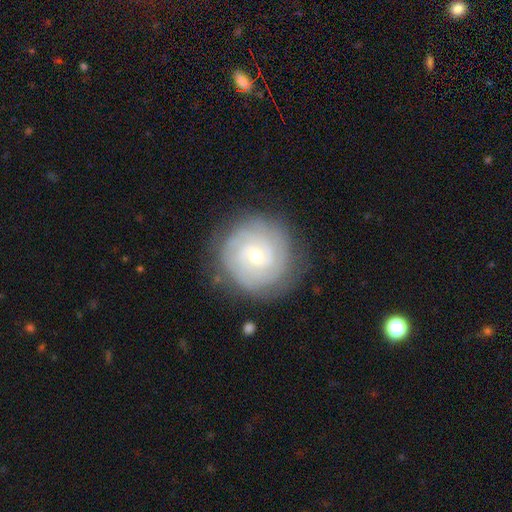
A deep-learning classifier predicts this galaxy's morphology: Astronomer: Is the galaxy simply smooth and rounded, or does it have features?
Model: featured or disk — 78%.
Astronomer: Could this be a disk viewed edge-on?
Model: no — 98%.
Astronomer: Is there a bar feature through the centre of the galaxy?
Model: no — 58% (runner-up: weak, 36%).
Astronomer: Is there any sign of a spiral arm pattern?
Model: yes — 94%.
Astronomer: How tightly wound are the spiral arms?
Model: tight — 78%.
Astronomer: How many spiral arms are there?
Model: can't tell — 34% (runner-up: 2, 24%).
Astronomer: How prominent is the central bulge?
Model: small — 55% (runner-up: moderate, 42%).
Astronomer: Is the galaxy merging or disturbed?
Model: none — 83%.